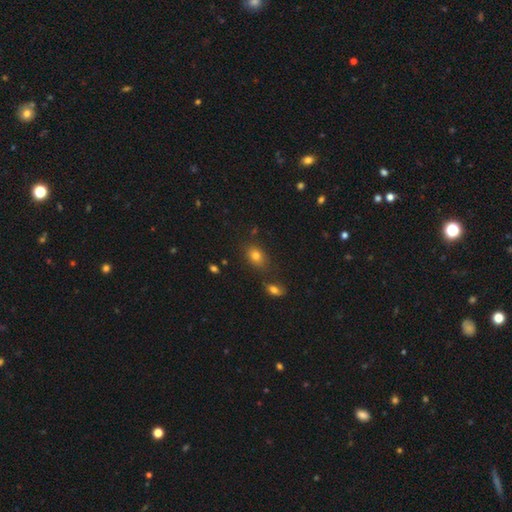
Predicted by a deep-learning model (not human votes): This appears to be a smooth galaxy with no disk features (78%) that is in between round and cigar-shaped (71%). Merging: none (73%).